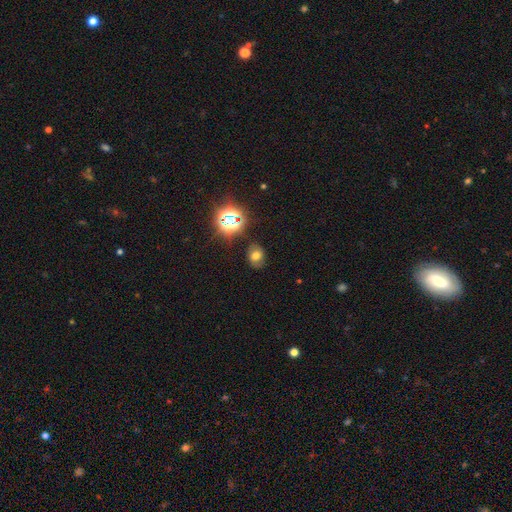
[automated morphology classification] Smooth or featured?
  - smooth: 55% *
  - star or artifact: 23%
  - featured or disk: 21%
How rounded?
  - in between: 59% *
  - round: 40%
  - cigar-shaped: 1%
Merging?
  - none: 79% *
  - minor disturbance: 15%
  - major disturbance: 5%
  - merger: 2%